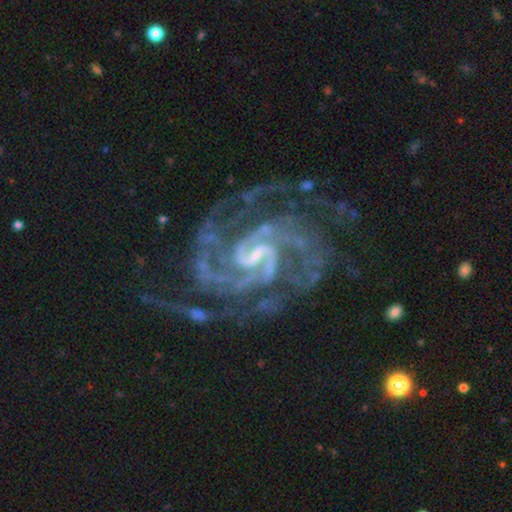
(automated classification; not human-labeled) Morphology: type=featured or disk (93%); edge-on=no (98%); bar=weak (52%); spiral arms=yes (99%); winding=medium (52%); arm count=2 (34%); bulge=small (57%); merging=none (59%).